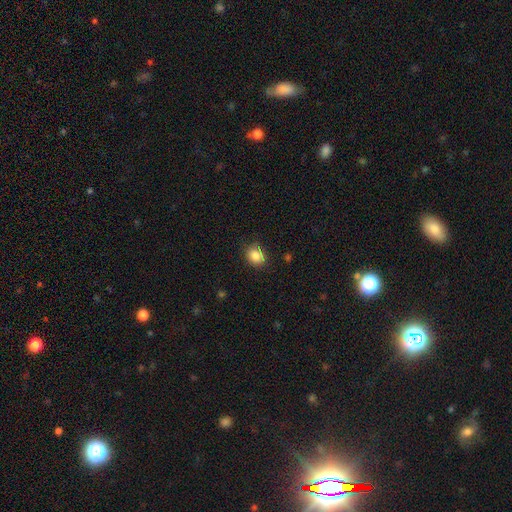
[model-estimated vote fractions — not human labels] Smooth or featured: smooth — 85% (star or artifact — 10%)
How rounded: round — 58% (in between — 41%)
Merging: none — 75% (minor disturbance — 19%)